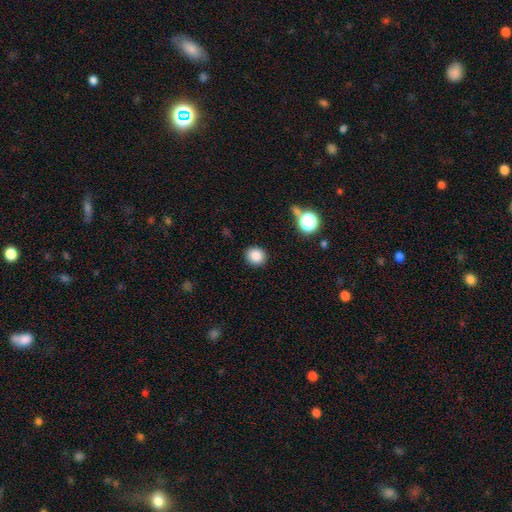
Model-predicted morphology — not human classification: smooth-or-featured: smooth: 85% | star or artifact: 11% | featured or disk: 4%
  how-rounded: round: 78% | in between: 21% | cigar-shaped: 1%
  merging: none: 89% | minor disturbance: 7% | major disturbance: 2% | merger: 2%